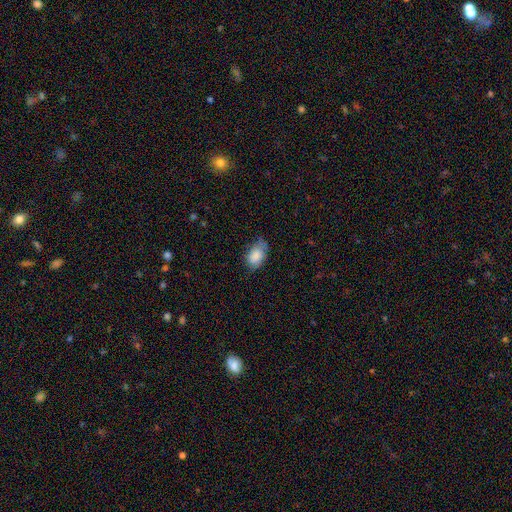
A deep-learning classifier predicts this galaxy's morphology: A smooth galaxy with no disk features (84%) that is in between round and cigar-shaped (88%). Merging: none (56%).